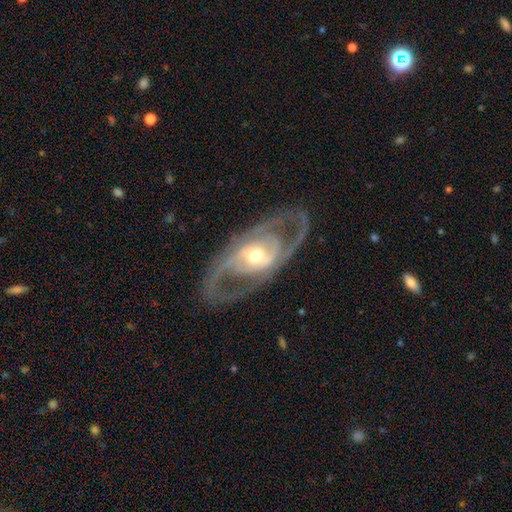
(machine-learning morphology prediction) Smooth or featured: featured or disk — 84% (smooth — 12%)
Edge-on disk: no — 90% (yes — 10%)
Bar: no — 56% (weak — 28%)
Spiral arms: yes — 69% (no — 31%)
Spiral winding: tight — 44% (medium — 39%)
Spiral arm count: 2 — 67% (can't tell — 20%)
Bulge size: moderate — 67% (small — 23%)
Merging: none — 79% (minor disturbance — 12%)